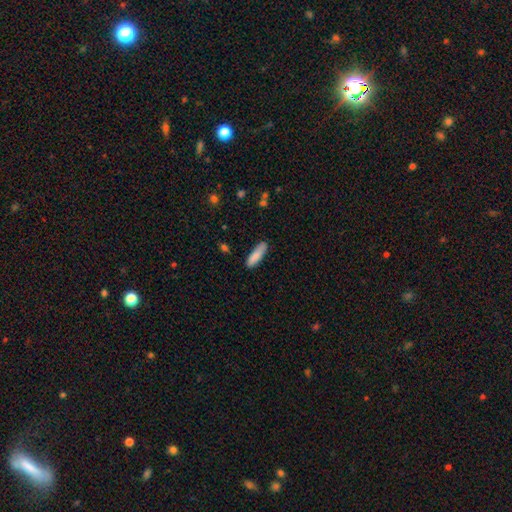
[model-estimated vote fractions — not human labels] Smooth or featured: smooth — 85% (featured or disk — 9%)
How rounded: cigar-shaped — 62% (in between — 36%)
Merging: none — 79% (minor disturbance — 16%)